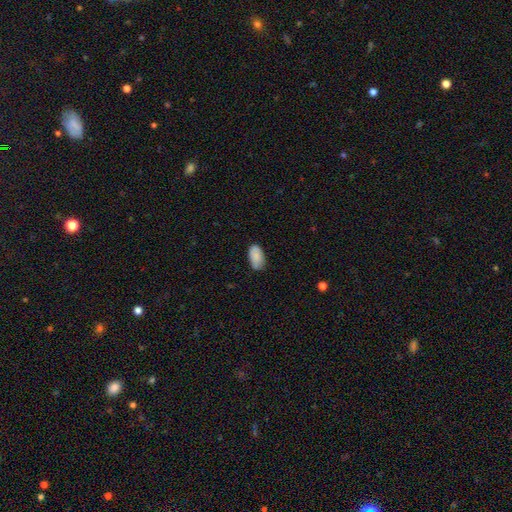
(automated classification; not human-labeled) This appears to be a smooth galaxy with no disk features (84%) that is in between round and cigar-shaped (94%). Merging: none (76%).